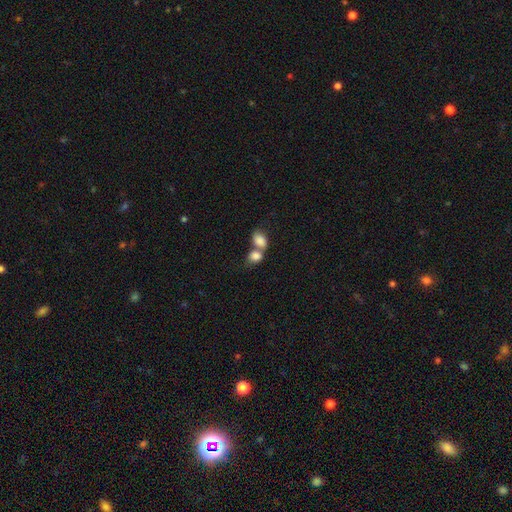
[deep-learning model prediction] A smooth galaxy with no disk features (82%) that is in between round and cigar-shaped (70%).

Vote fractions:
- Smooth or featured? smooth: 82% / featured or disk: 10% / star or artifact: 8%
- How rounded? in between: 70% / round: 29% / cigar-shaped: 1%
- Merging? merger: 69% / none: 19% / minor disturbance: 7% / major disturbance: 5%